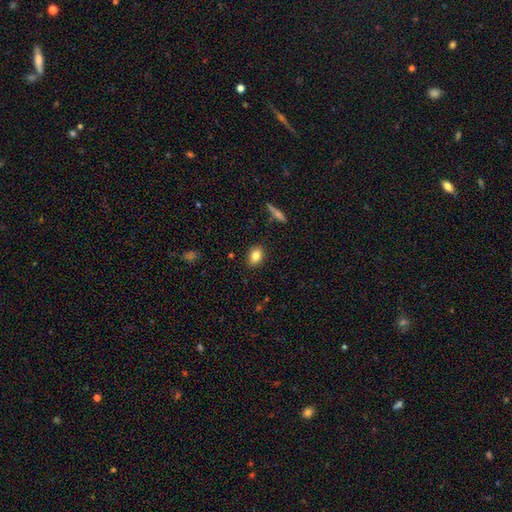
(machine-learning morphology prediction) smooth-or-featured: smooth: 82% | star or artifact: 9% | featured or disk: 9%
  how-rounded: in between: 73% | round: 25% | cigar-shaped: 2%
  merging: none: 88% | minor disturbance: 9% | major disturbance: 2% | merger: 1%